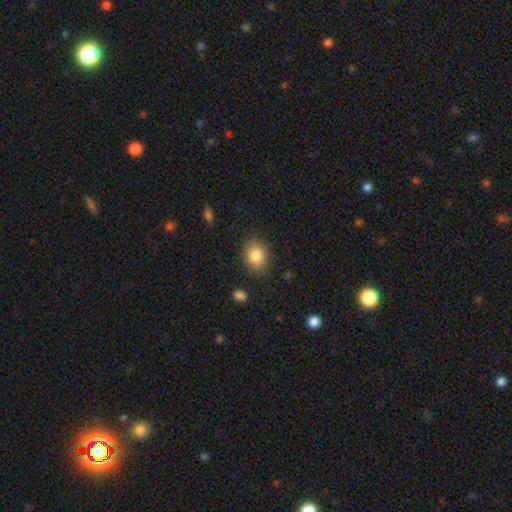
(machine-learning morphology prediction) Smooth or featured?
  - smooth: 85% *
  - star or artifact: 8%
  - featured or disk: 7%
How rounded?
  - in between: 52% *
  - round: 47%
  - cigar-shaped: 1%
Merging?
  - none: 83% *
  - minor disturbance: 12%
  - major disturbance: 3%
  - merger: 2%